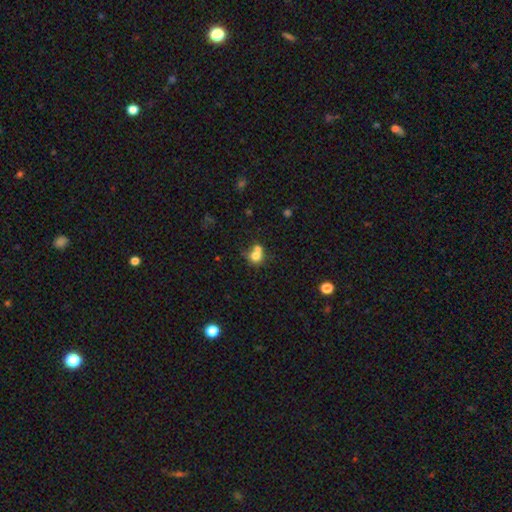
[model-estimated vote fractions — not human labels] smooth 73%, featured or disk 15%, star or artifact 12%. Down the decision tree: how rounded — round (78%); merging — merger (54%).